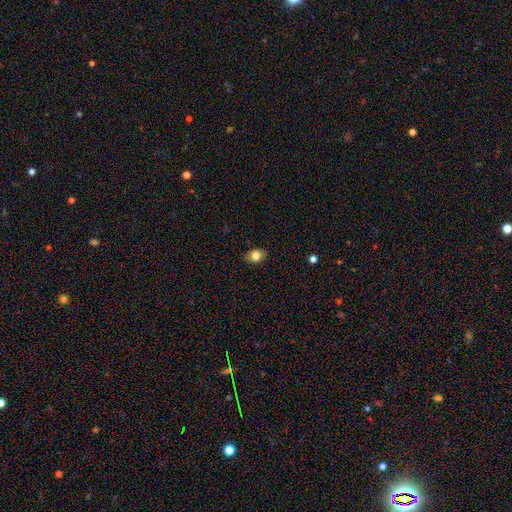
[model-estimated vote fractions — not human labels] This is likely a smooth galaxy (79%). How rounded: likely in between (66%). Merging: clearly none (84%).